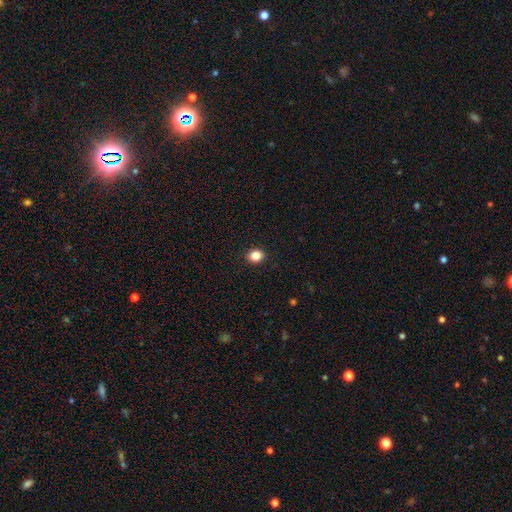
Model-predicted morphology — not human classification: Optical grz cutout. It shows a smooth galaxy with no disk features (86%) that is round (62%). Merging: none (92%).